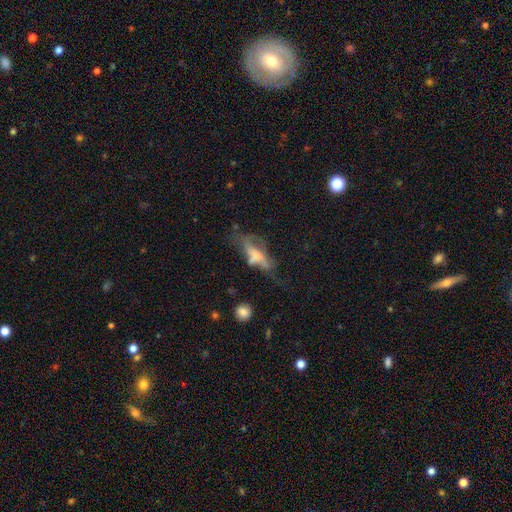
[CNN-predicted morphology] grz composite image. It shows a featured or disk galaxy (49%). Merging: major disturbance (39%).